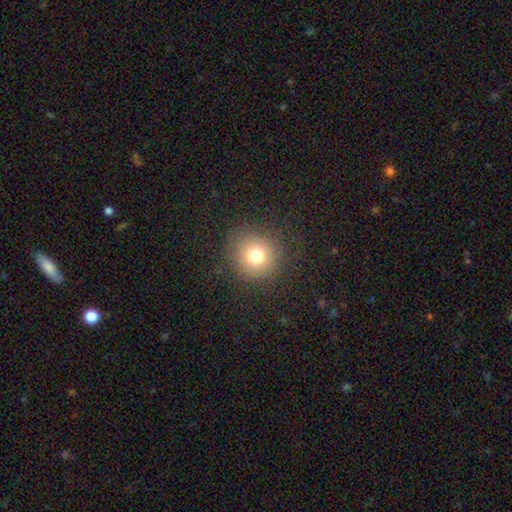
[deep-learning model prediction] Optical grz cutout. It shows a smooth galaxy with no disk features (76%) that is round (91%). Merging: none (85%).